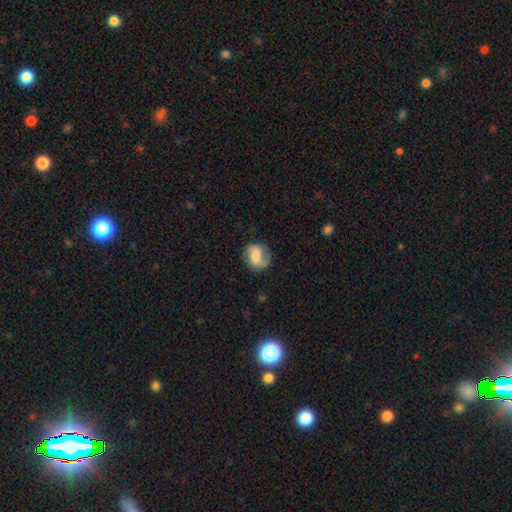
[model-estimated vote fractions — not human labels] The model was most divided on "bar": weak: 42%, no: 41%, strong: 17%. Remaining: edge-on disk — no (97%); spiral arms — yes (86%); merging — none (67%); smooth or featured — featured or disk (53%); bulge size — moderate (43%).